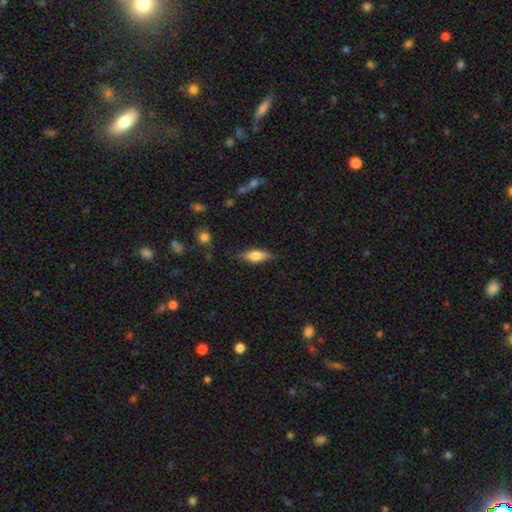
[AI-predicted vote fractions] Smooth or featured: smooth — 53% (featured or disk — 40%)
How rounded: in between — 56% (cigar-shaped — 40%)
Merging: none — 81% (minor disturbance — 15%)